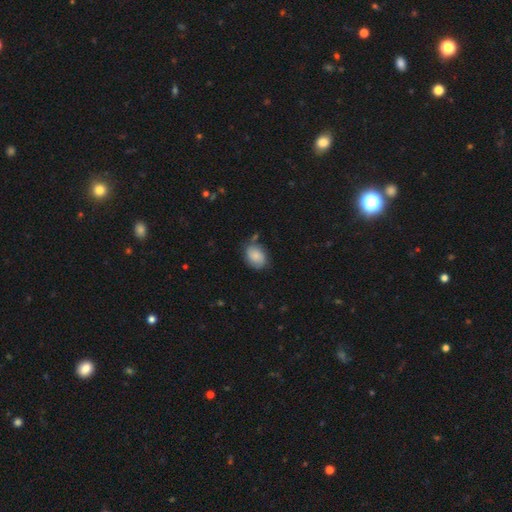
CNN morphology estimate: type=smooth (81%); roundness=in between (74%); merging=none (69%).